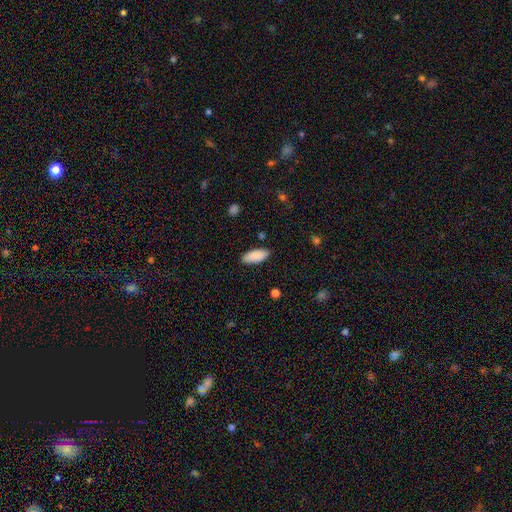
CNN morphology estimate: A smooth galaxy with no disk features (89%) that is in between round and cigar-shaped (83%). Merging: none (86%).